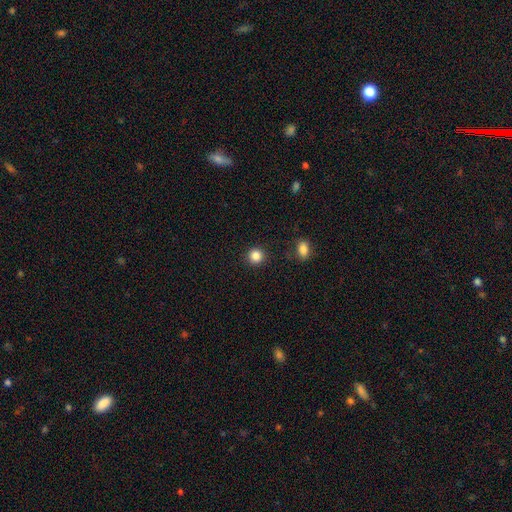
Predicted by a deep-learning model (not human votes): smooth_or_featured: smooth (p=0.86) [alt: star or artifact p=0.10]
how_rounded: round (p=0.92) [alt: in between p=0.07]
merging: none (p=0.90) [alt: minor disturbance p=0.06]